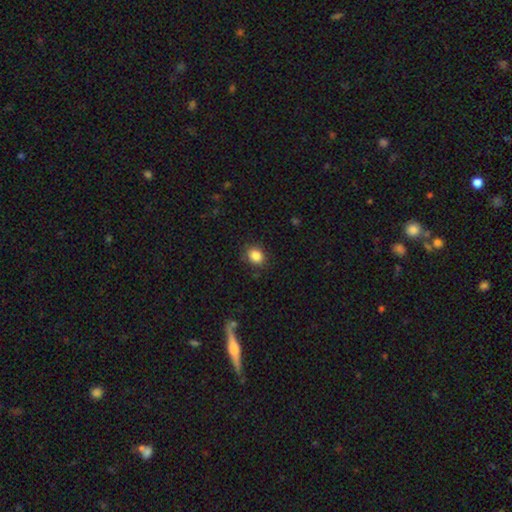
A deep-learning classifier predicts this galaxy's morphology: The model was most divided on "how rounded": round: 58%, in between: 42%, cigar-shaped: 1%. More confident: smooth or featured — smooth (86%); merging — none (84%).